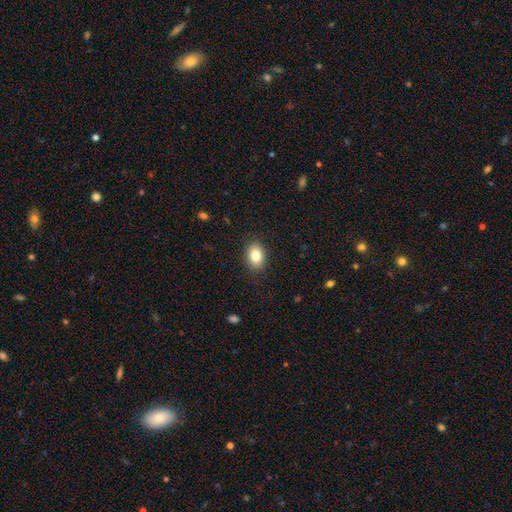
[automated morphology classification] smooth-or-featured: smooth: 84% | star or artifact: 9% | featured or disk: 8%
  how-rounded: in between: 80% | round: 19% | cigar-shaped: 1%
  merging: none: 88% | minor disturbance: 9% | major disturbance: 2% | merger: 1%